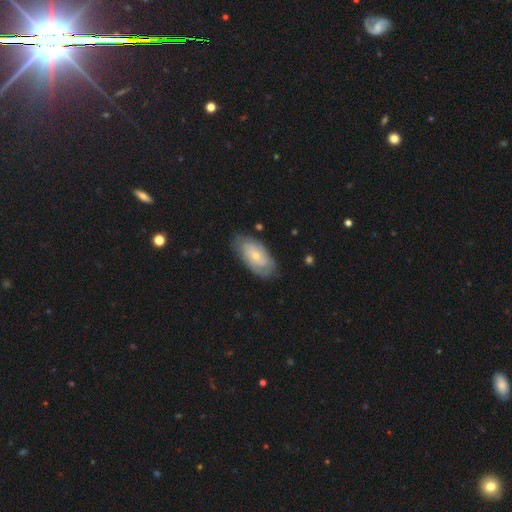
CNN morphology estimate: This is possibly a featured or disk galaxy (55%). It is clearly not viewed edge-on (92%). Bar: likely no (71%). Spiral arm pattern: likely yes (75%). Central bulge: likely small (64%). Merging: likely none (74%).